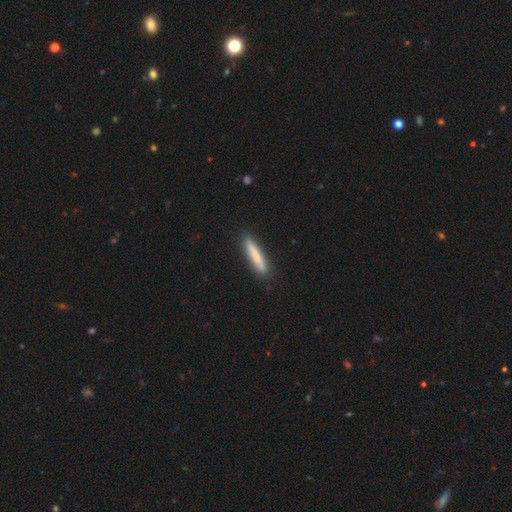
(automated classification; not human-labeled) The model was most divided on "smooth or featured": smooth: 77%, featured or disk: 17%, star or artifact: 6%. More confident: how rounded — cigar-shaped (92%); merging — none (88%).